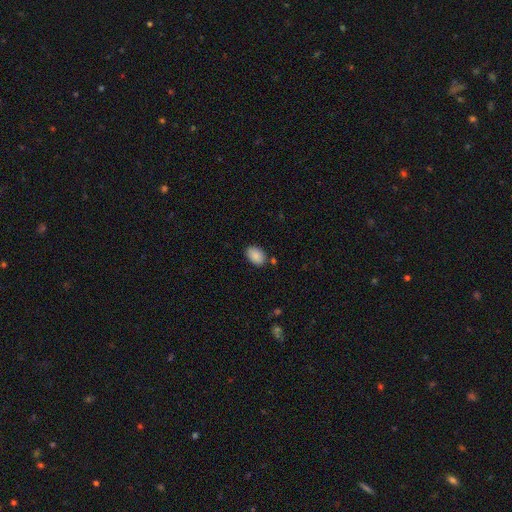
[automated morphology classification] This is clearly a smooth galaxy (88%). How rounded: clearly in between (87%). Merging: likely none (80%).